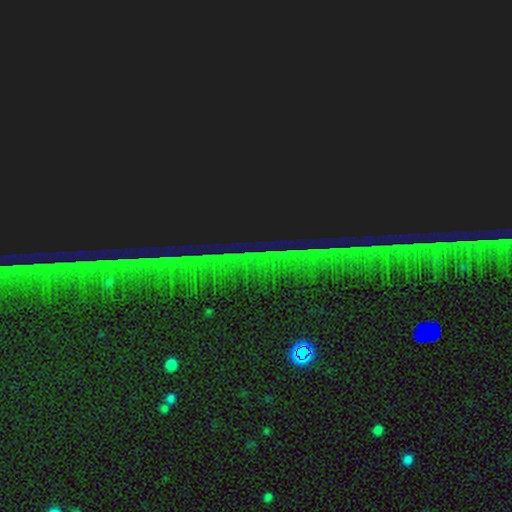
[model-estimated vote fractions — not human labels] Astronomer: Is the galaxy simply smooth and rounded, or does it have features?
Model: star or artifact — 86%.